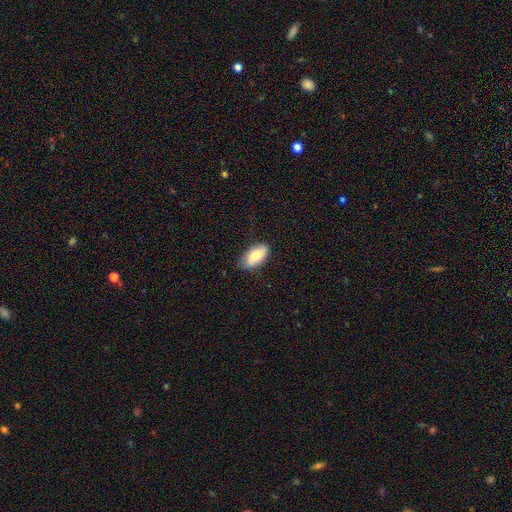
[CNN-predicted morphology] This is likely a smooth galaxy (77%). How rounded: clearly in between (92%). Merging: clearly none (81%).